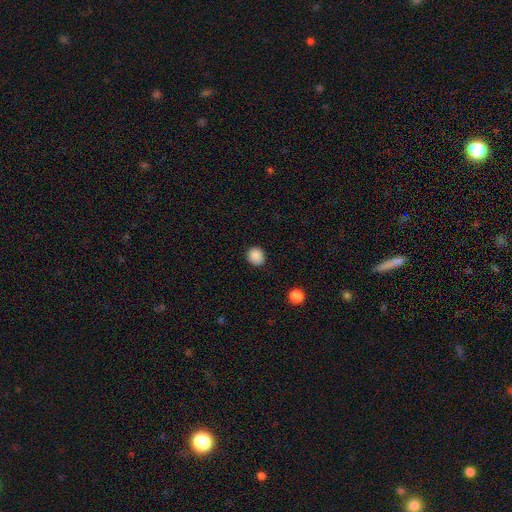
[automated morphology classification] The model was most divided on "how rounded": round: 82%, in between: 17%, cigar-shaped: 1%. More confident: merging — none (88%); smooth or featured — smooth (88%).